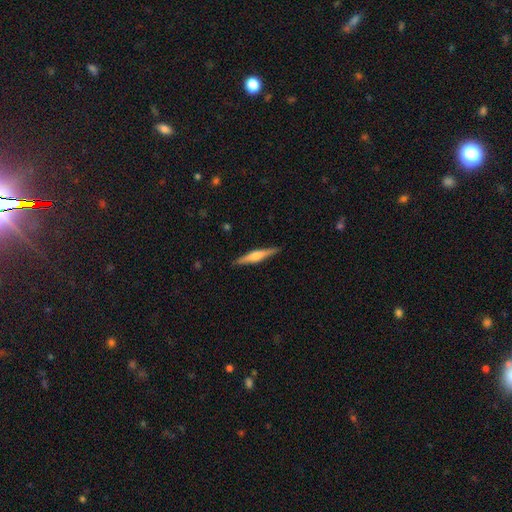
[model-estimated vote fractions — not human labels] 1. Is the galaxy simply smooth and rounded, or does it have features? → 60% featured or disk, 34% smooth, 6% star or artifact.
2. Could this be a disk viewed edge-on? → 97% yes, 3% no.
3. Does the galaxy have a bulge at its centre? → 75% rounded, 18% boxy, 7% none.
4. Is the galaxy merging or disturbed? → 90% none, 8% minor disturbance, 2% major disturbance, 1% merger.